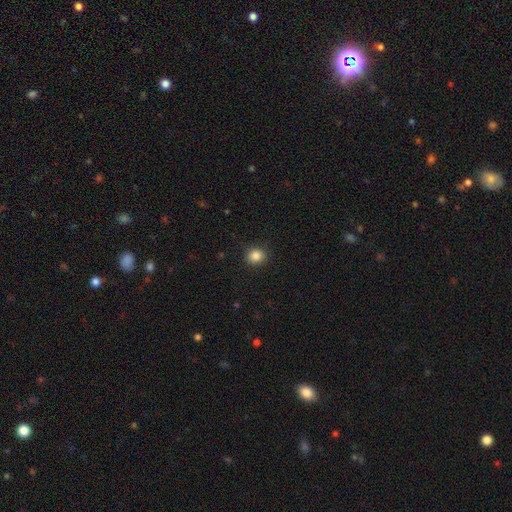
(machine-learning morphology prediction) Q: Smooth or featured?
A: smooth (86%); runner-up: star or artifact (10%)
Q: How rounded?
A: round (82%); runner-up: in between (17%)
Q: Merging?
A: none (89%); runner-up: minor disturbance (7%)